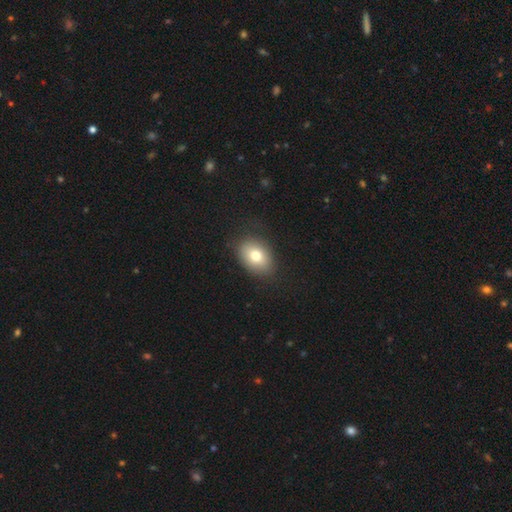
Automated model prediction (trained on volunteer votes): Overall: smooth (78%). How rounded: in between (76%). Merging: none (82%).